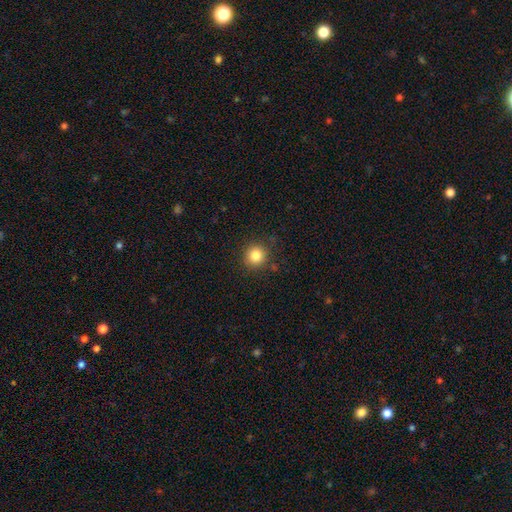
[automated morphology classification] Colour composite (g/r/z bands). It shows a smooth galaxy with no disk features (83%) that is round (93%). Merging: none (88%).